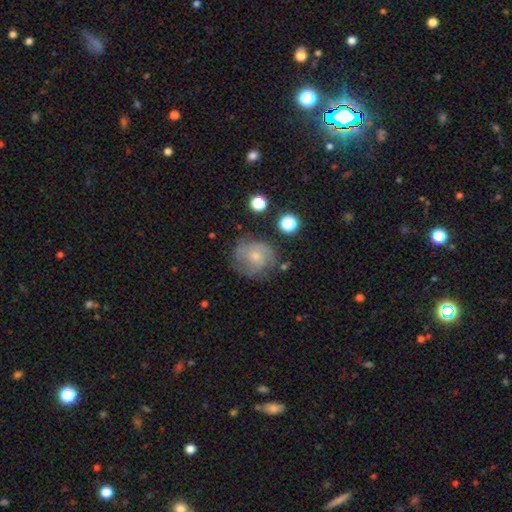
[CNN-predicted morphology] Smooth or featured: featured or disk — 52% (smooth — 38%)
Edge-on disk: no — 97% (yes — 3%)
Bar: no — 74% (weak — 22%)
Spiral arms: yes — 77% (no — 23%)
Bulge size: small — 62% (moderate — 30%)
Merging: none — 62% (minor disturbance — 22%)